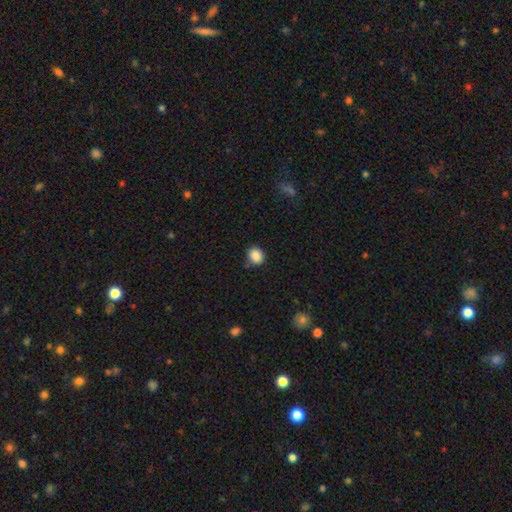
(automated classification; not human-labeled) smooth 87%, star or artifact 9%, featured or disk 3%. Down the decision tree: how rounded — round (67%); merging — none (79%).